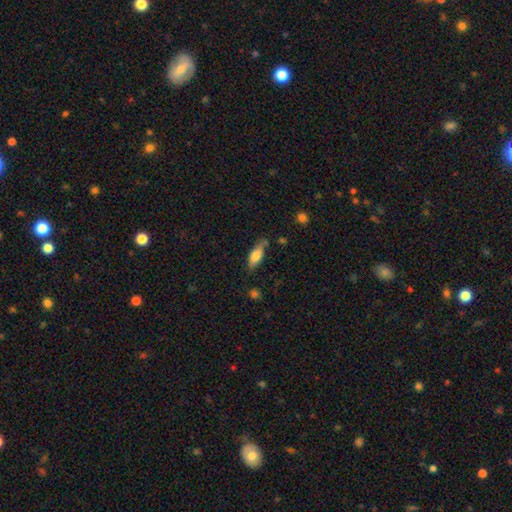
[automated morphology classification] A smooth galaxy with no disk features (70%) that is in between round and cigar-shaped (65%). Merging: none (62%).